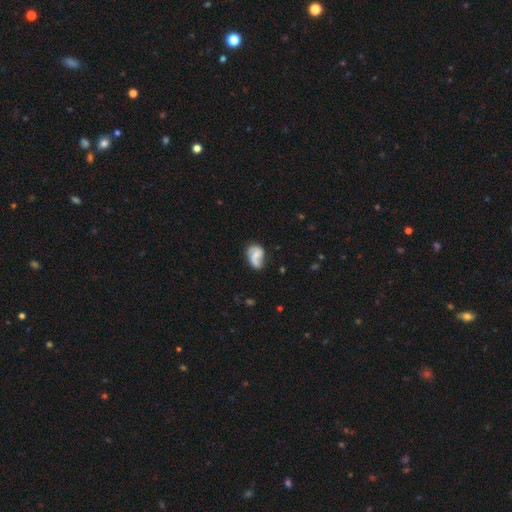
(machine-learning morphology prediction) type=featured or disk (69%); edge-on=no (98%); bar=no (49%); spiral arms=yes (90%); winding=loose (46%); arm count=2 (78%); bulge=small (40%); merging=none (55%).